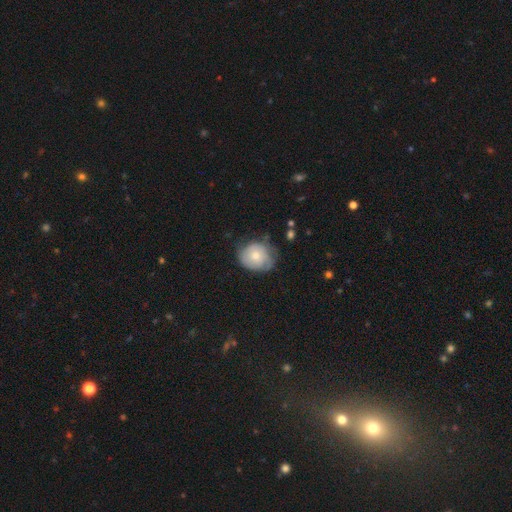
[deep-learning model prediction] Morphology: type=smooth (57%); roundness=round (68%); merging=none (56%).